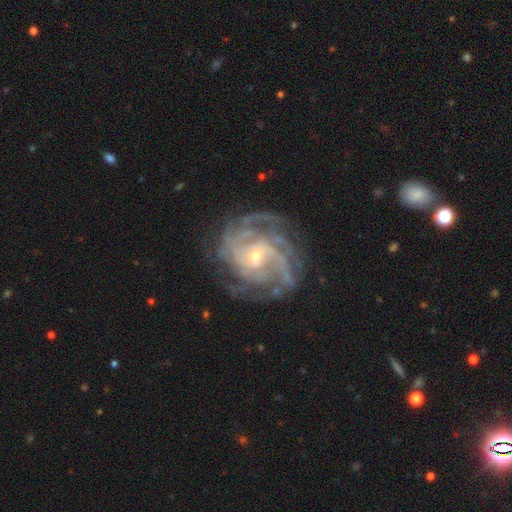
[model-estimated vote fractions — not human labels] Smooth or featured: featured or disk — 90% (star or artifact — 6%)
Edge-on disk: no — 98% (yes — 2%)
Bar: no — 50% (weak — 36%)
Spiral arms: yes — 98% (no — 2%)
Spiral winding: tight — 68% (medium — 28%)
Spiral arm count: 3 — 23% (4 — 22%)
Bulge size: small — 63% (moderate — 33%)
Merging: none — 77% (minor disturbance — 15%)